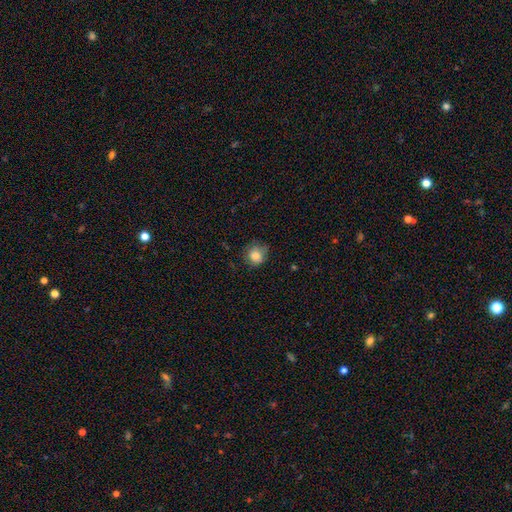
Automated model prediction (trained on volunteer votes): The model was most divided on "merging": none: 63%, minor disturbance: 26%, major disturbance: 9%, merger: 1%. More confident: how rounded — round (83%); smooth or featured — smooth (80%).